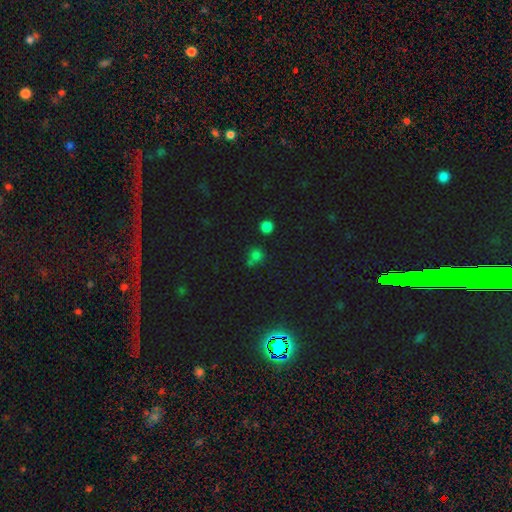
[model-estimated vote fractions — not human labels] This is likely a smooth galaxy (61%). How rounded: clearly round (83%). Merging: possibly none (60%).